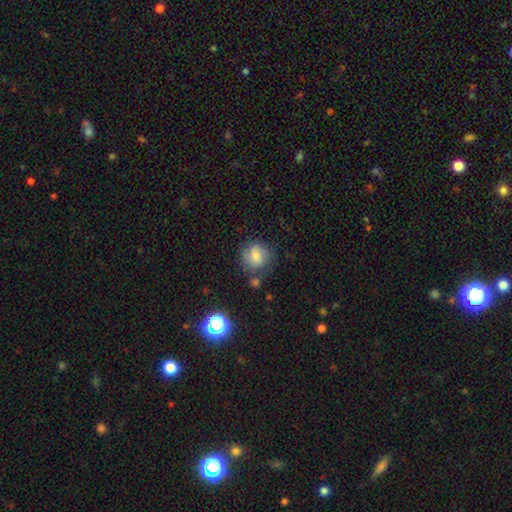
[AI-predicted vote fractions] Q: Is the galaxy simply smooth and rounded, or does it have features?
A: smooth — 73%.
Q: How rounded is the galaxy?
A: round — 83%.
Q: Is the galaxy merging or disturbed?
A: none — 69%.